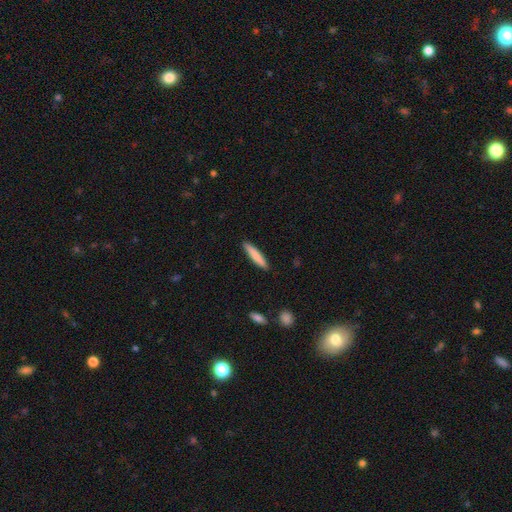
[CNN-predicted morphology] Smooth or featured? smooth (79%)
How rounded? cigar-shaped (91%)
Merging? none (90%)